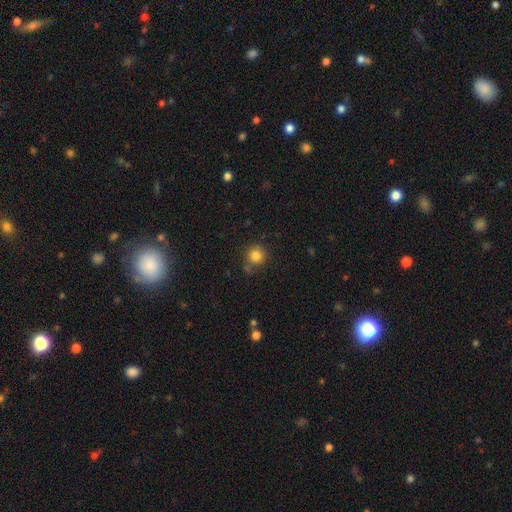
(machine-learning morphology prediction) This appears to be a smooth galaxy with no disk features (83%) that is round (92%). Merging: none (74%).